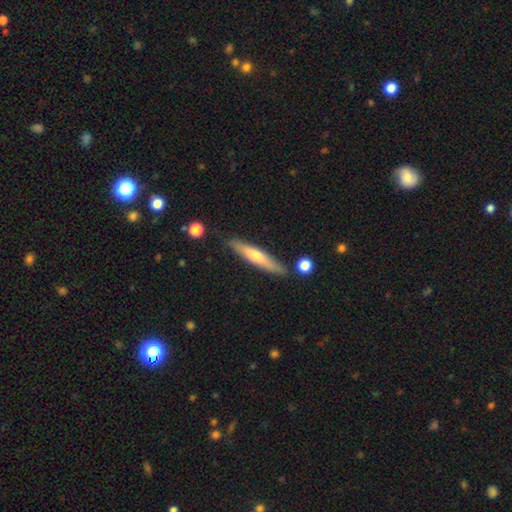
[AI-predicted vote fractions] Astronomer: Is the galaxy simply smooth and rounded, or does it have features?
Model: featured or disk — 48% (runner-up: smooth, 46%).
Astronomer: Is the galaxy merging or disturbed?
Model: none — 86%.